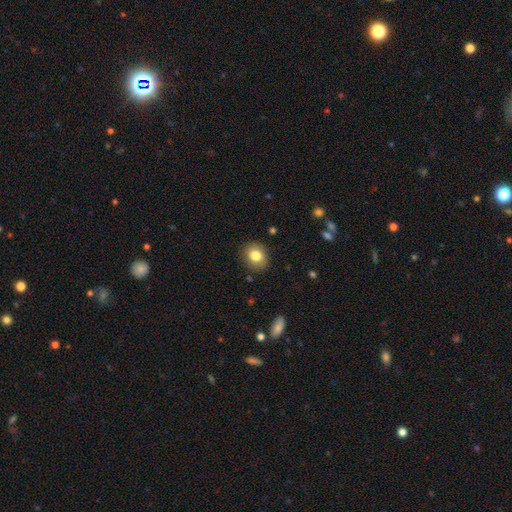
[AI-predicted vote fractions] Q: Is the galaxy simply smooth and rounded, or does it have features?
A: smooth — 81%.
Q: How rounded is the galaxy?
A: round — 62%.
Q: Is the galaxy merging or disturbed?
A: none — 87%.